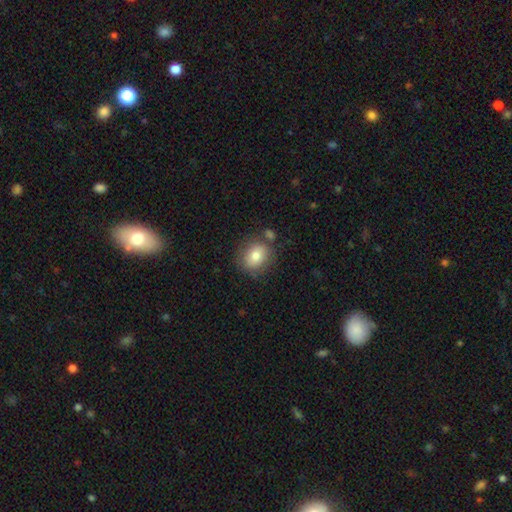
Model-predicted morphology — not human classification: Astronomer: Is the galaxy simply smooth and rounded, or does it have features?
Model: smooth — 78%.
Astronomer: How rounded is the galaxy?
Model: round — 65%.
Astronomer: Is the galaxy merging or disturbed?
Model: none — 73%.